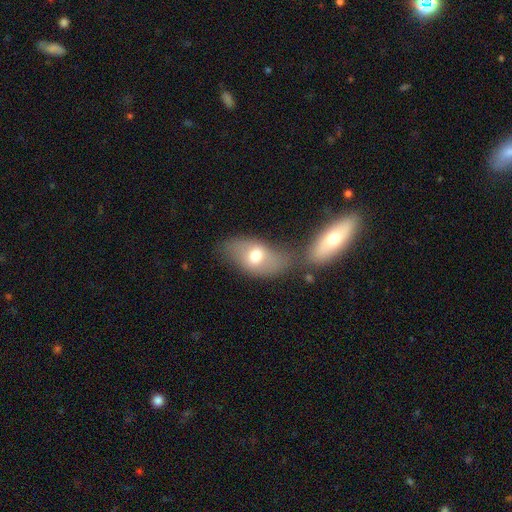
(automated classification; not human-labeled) This appears to be a smooth galaxy with no disk features (63%) that is in between round and cigar-shaped (88%). Merging: none (51%).